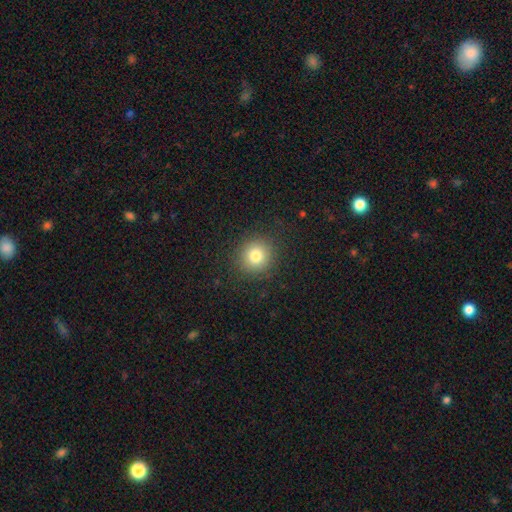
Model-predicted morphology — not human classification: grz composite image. It shows a smooth galaxy with no disk features (80%) that is round (90%). Merging: none (89%).